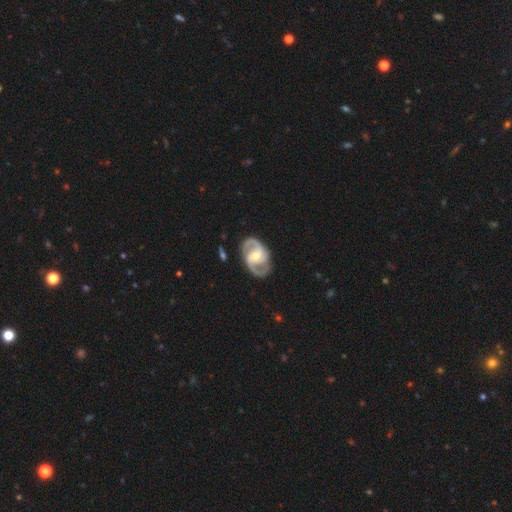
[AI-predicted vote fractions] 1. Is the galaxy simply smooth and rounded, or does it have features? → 90% featured or disk, 6% smooth, 4% star or artifact.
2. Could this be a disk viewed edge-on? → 97% no, 3% yes.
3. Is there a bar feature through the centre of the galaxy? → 43% weak, 33% no, 23% strong.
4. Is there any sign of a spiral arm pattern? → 97% yes, 3% no.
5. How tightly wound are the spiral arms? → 58% medium, 27% tight, 15% loose.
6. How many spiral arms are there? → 92% 2, 3% can't tell, 3% 3, 1% 1, 1% 4, 1% more than 4.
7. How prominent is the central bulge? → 58% moderate, 37% small, 3% large, 1% none, 1% dominant.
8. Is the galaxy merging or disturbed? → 82% none, 13% minor disturbance, 4% major disturbance, 2% merger.